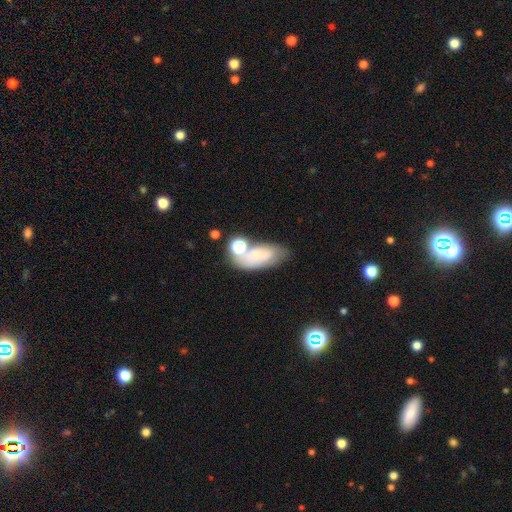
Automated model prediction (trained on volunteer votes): The model was most divided on "merging": none: 42%, merger: 25%, minor disturbance: 21%, major disturbance: 11%. More confident: how rounded — in between (86%); smooth or featured — smooth (57%).